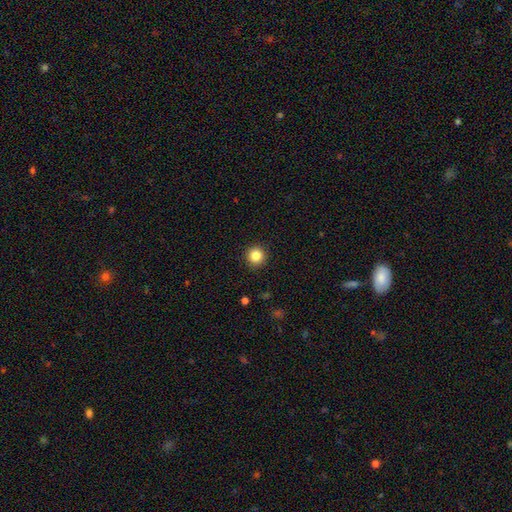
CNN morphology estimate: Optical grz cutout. It shows a smooth galaxy with no disk features (84%) that is round (95%). Merging: none (92%).